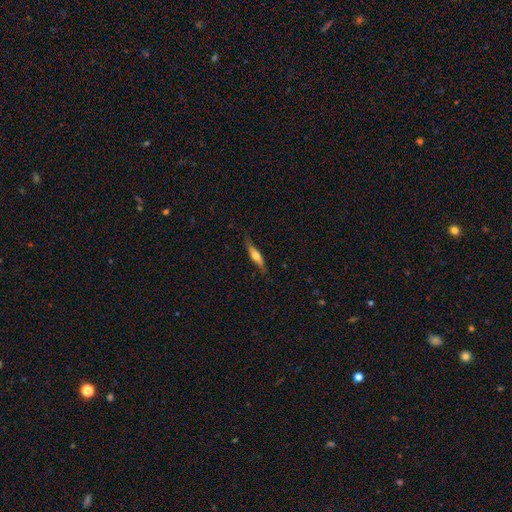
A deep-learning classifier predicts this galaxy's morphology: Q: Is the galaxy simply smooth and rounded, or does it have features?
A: featured or disk — 48%.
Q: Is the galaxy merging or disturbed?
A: none — 79%.